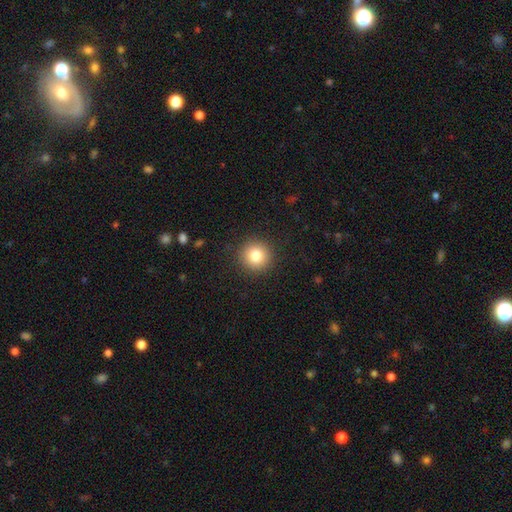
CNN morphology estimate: smooth-or-featured: smooth: 81% | star or artifact: 11% | featured or disk: 8%
  how-rounded: round: 95% | in between: 4% | cigar-shaped: 1%
  merging: none: 92% | minor disturbance: 5% | major disturbance: 2% | merger: 1%